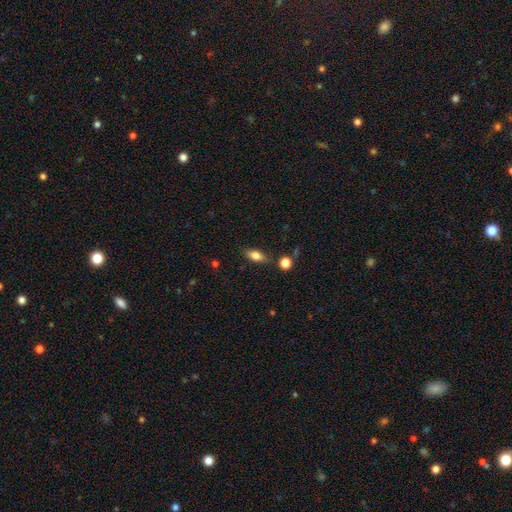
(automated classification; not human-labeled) This is likely a smooth galaxy (76%). How rounded: clearly in between (80%). Merging: likely none (78%).